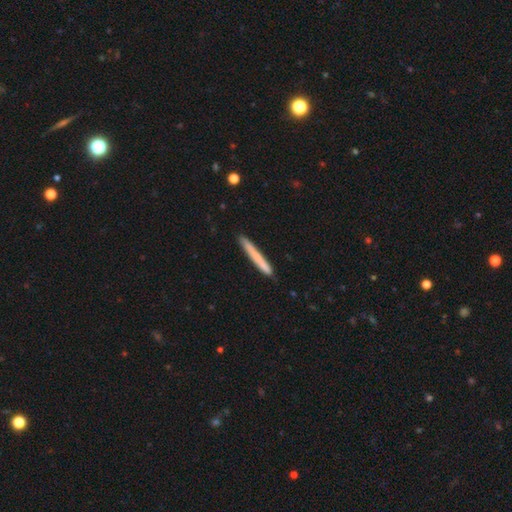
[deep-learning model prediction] Morphology: type=smooth (71%); roundness=cigar-shaped (97%); merging=none (88%).